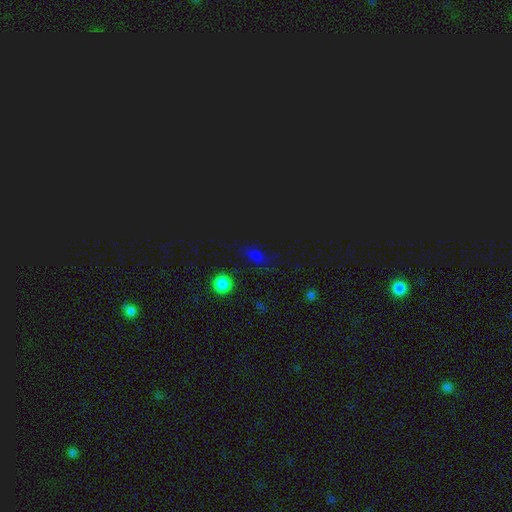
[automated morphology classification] This appears to be a smooth galaxy with no disk features (52%) that is in between round and cigar-shaped (56%). Merging: none (77%).